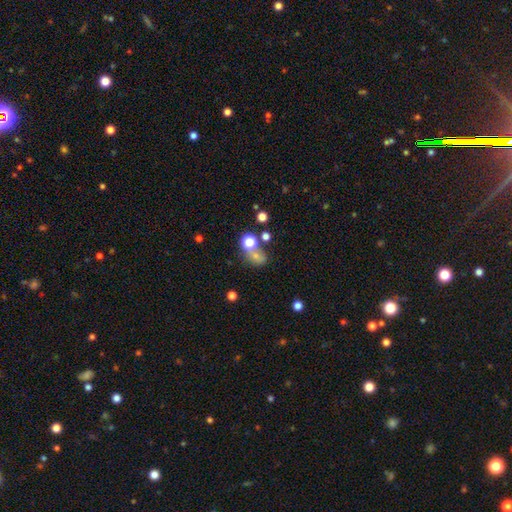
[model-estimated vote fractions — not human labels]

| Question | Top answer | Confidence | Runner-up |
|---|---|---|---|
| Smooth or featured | smooth | 62% | star or artifact (24%) |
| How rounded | round | 52% | in between (46%) |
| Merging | none | 42% | merger (34%) |